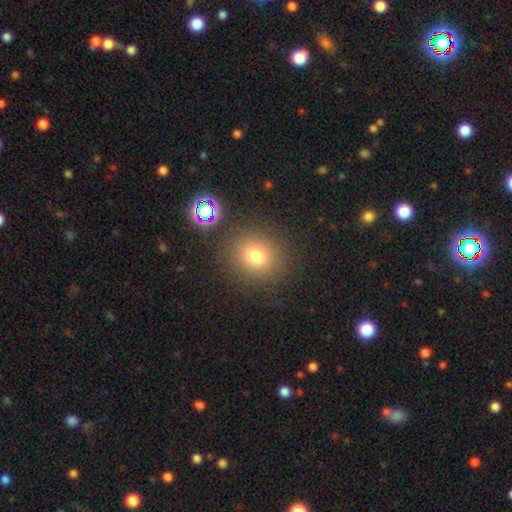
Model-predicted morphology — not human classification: Q: Smooth or featured?
A: smooth (74%); runner-up: star or artifact (17%)
Q: How rounded?
A: round (85%); runner-up: in between (14%)
Q: Merging?
A: none (85%); runner-up: minor disturbance (8%)